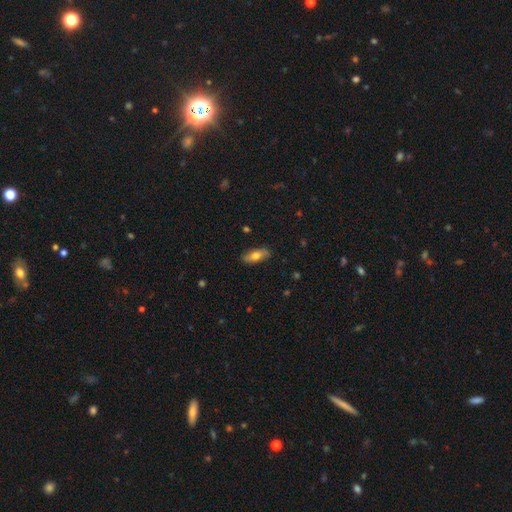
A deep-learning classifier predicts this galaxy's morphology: This appears to be a smooth galaxy with no disk features (64%) that is in between round and cigar-shaped (75%). Merging: none (85%).